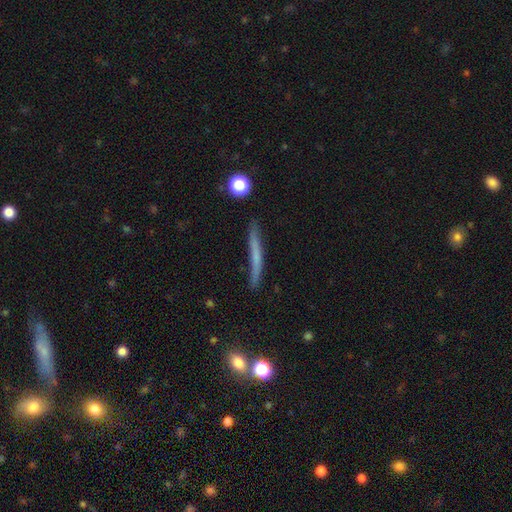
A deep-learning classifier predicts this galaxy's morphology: smooth-or-featured: smooth: 50% | featured or disk: 42% | star or artifact: 8%
  merging: none: 76% | minor disturbance: 17% | major disturbance: 4% | merger: 3%